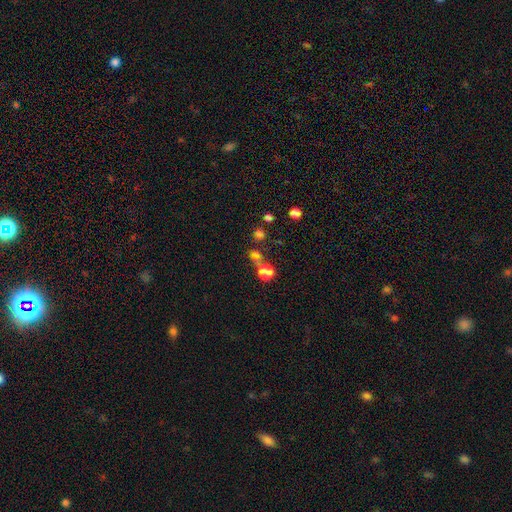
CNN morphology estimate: This appears to be a smooth galaxy with no disk features (63%) that is round (76%). Merging: none (48%).